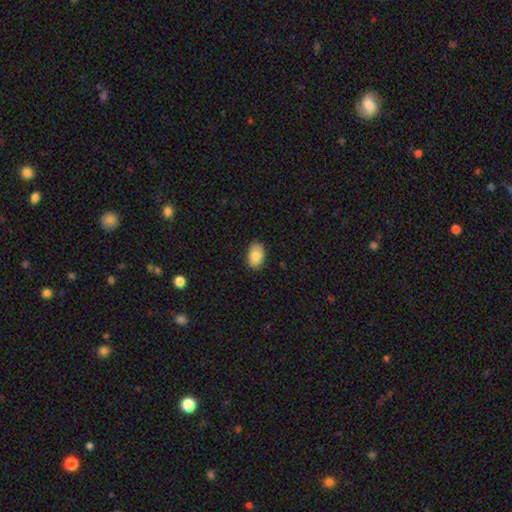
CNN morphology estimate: A smooth galaxy with no disk features (84%) that is in between round and cigar-shaped (89%). Merging: none (87%).